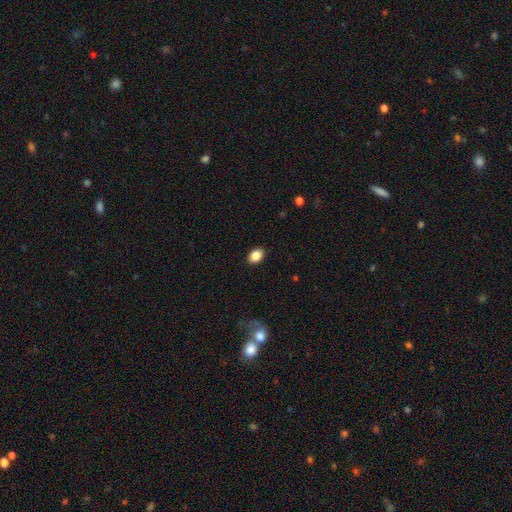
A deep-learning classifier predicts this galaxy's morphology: smooth_or_featured: smooth (p=0.86) [alt: star or artifact p=0.08]
how_rounded: in between (p=0.77) [alt: round p=0.22]
merging: none (p=0.89) [alt: minor disturbance p=0.08]